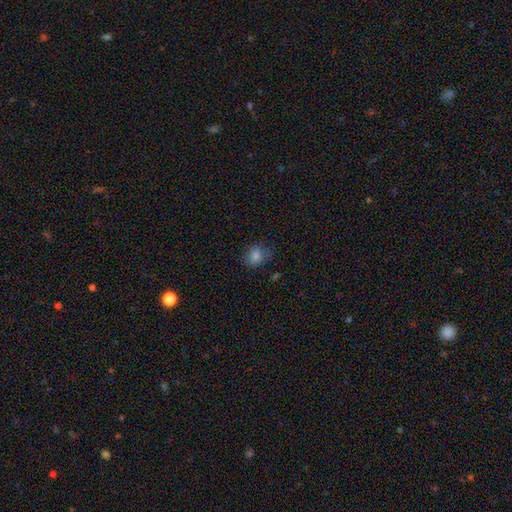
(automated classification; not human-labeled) Smooth or featured? smooth (78%)
How rounded? in between (52%)
Merging? none (75%)